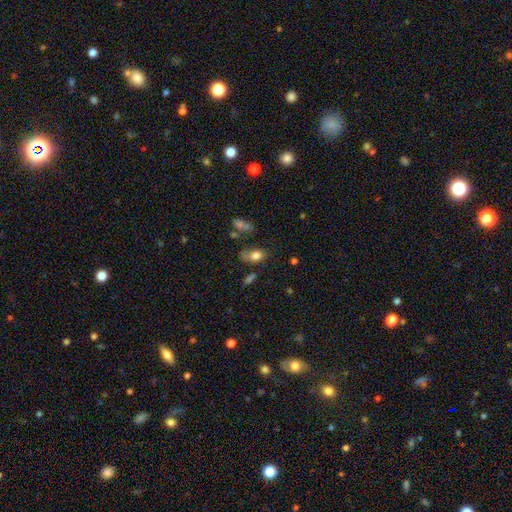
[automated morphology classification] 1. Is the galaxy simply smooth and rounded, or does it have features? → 78% smooth, 12% featured or disk, 10% star or artifact.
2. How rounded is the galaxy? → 83% in between, 14% round, 3% cigar-shaped.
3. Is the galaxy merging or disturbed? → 47% none, 29% minor disturbance, 15% major disturbance, 9% merger.